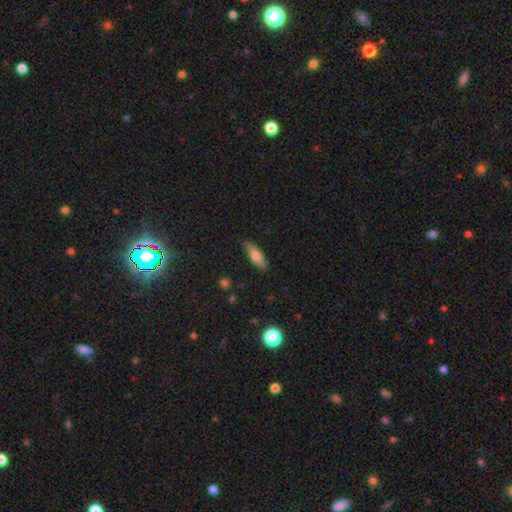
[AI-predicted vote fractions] A smooth galaxy with no disk features (73%) that is in between round and cigar-shaped (55%).

Vote fractions:
- Smooth or featured? smooth: 73% / featured or disk: 21% / star or artifact: 7%
- How rounded? in between: 55% / cigar-shaped: 43% / round: 2%
- Merging? none: 84% / minor disturbance: 13% / major disturbance: 2% / merger: 1%